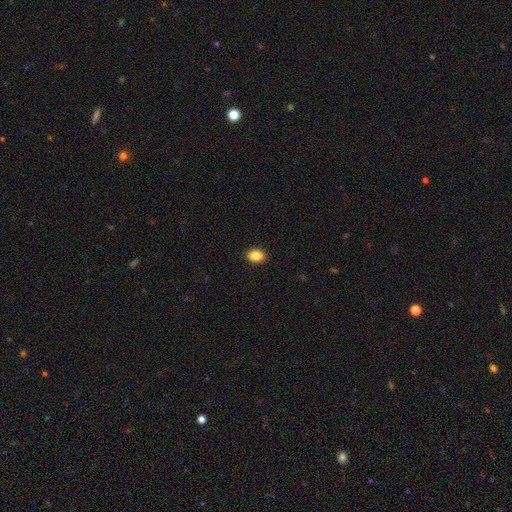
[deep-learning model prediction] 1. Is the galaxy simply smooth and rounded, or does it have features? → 88% smooth, 8% star or artifact, 4% featured or disk.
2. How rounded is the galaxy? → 80% in between, 19% round, 1% cigar-shaped.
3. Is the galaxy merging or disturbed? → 91% none, 6% minor disturbance, 2% major disturbance, 1% merger.